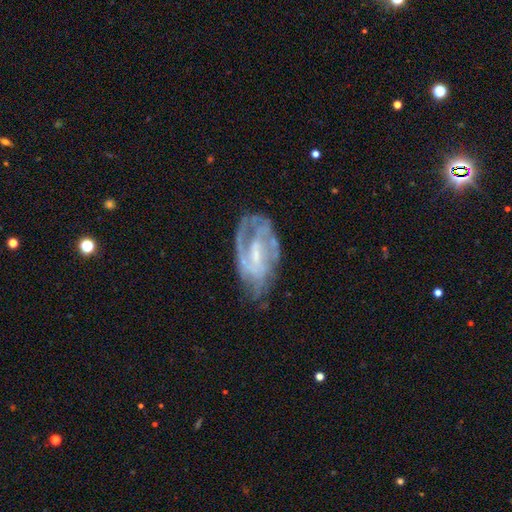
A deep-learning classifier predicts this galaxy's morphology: This is likely a featured or disk galaxy (79%). It is clearly not viewed edge-on (95%). Bar: possibly weak (47%). Spiral arm pattern: clearly yes (83%). Spiral arm count: marginally can't tell (38%). Spiral winding: marginally tight (45%). Central bulge: possibly small (49%). Merging: possibly none (53%).